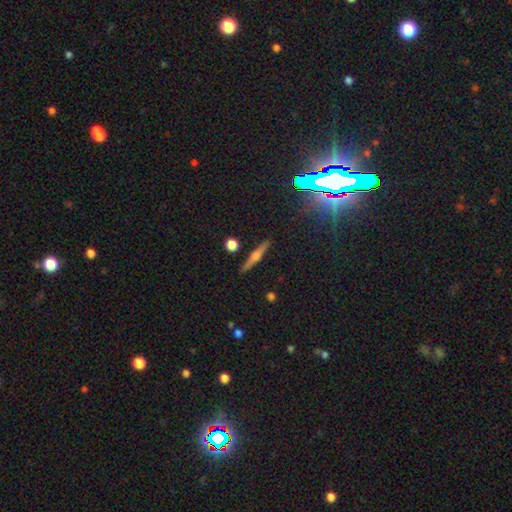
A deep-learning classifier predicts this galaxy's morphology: Overall: featured or disk (58%; smooth 32%). Edge-on disk: yes (97%). Edge-on bulge: rounded (84%). Merging: none (90%).